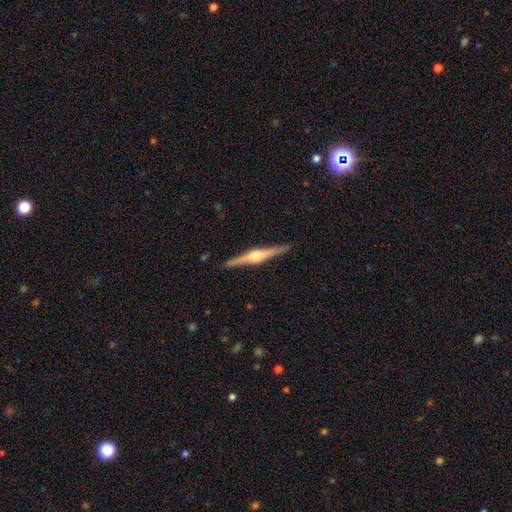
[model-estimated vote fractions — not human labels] A featured or disk galaxy (82%) viewed edge-on (98%) with a rounded central bulge (84%).

Vote fractions:
- Smooth or featured? featured or disk: 82% / smooth: 13% / star or artifact: 5%
- Edge-on disk? yes: 98% / no: 2%
- Edge-on bulge? rounded: 84% / boxy: 13% / none: 3%
- Merging? none: 91% / minor disturbance: 7% / major disturbance: 1% / merger: 1%